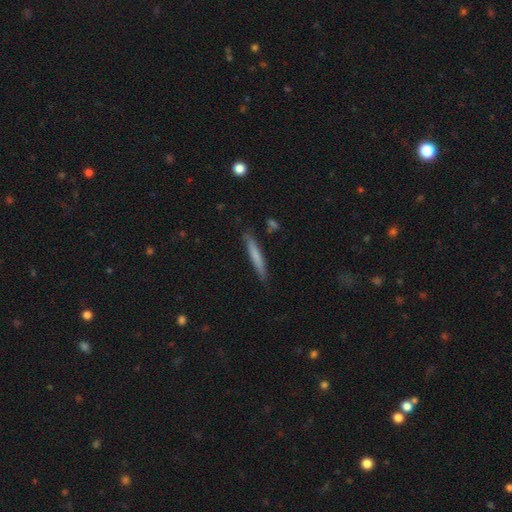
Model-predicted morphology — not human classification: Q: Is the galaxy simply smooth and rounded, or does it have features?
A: smooth — 69%.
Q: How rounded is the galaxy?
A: cigar-shaped — 94%.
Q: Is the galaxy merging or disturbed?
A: none — 85%.